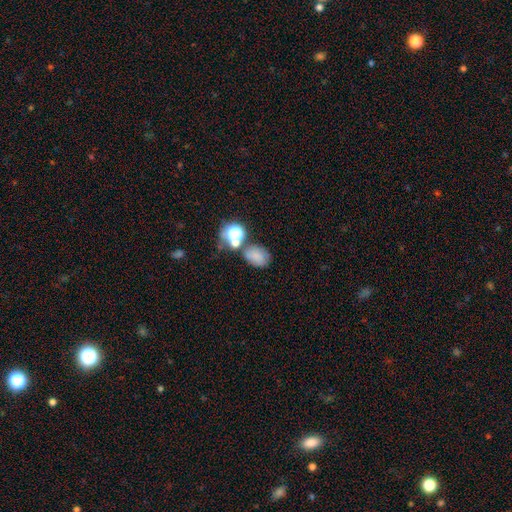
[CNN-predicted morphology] Overall: smooth (72%). How rounded: in between (71%). Merging: none (54%; merger 22%).